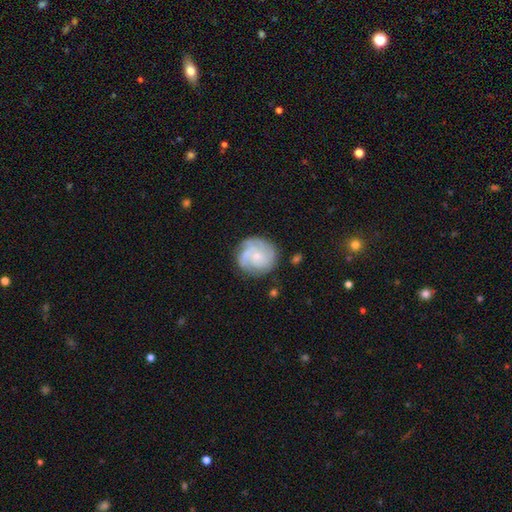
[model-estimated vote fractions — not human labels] Smooth or featured? Predicted: featured or disk (p=0.76). Edge-on disk? Predicted: no (p=0.98). Bar? Predicted: no (p=0.76). Spiral arms? Predicted: yes (p=0.94). Spiral winding? Predicted: tight (p=0.59). Spiral arm count? Predicted: 3 (p=0.36). Bulge size? Predicted: small (p=0.71). Merging? Predicted: none (p=0.75).